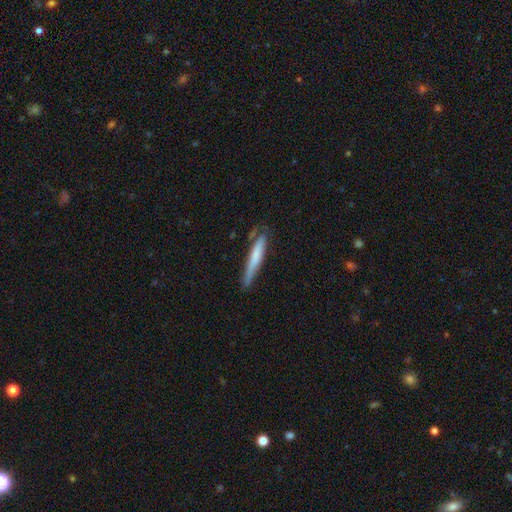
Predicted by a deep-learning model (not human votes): The model was most divided on "smooth or featured": smooth: 59%, featured or disk: 36%, star or artifact: 6%. More confident: how rounded — cigar-shaped (94%); merging — none (68%).